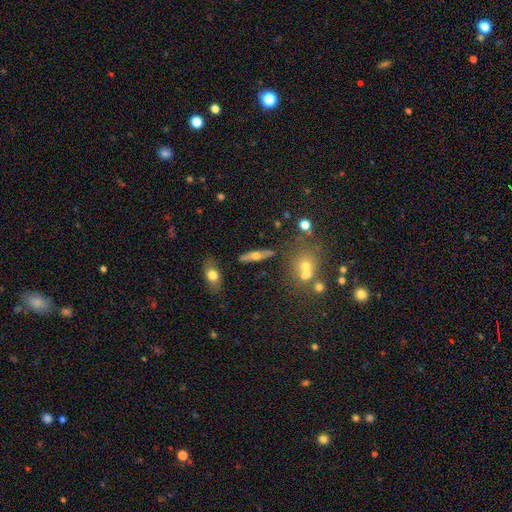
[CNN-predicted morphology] A featured or disk galaxy (51%) viewed edge-on (83%). Merging: none (80%).